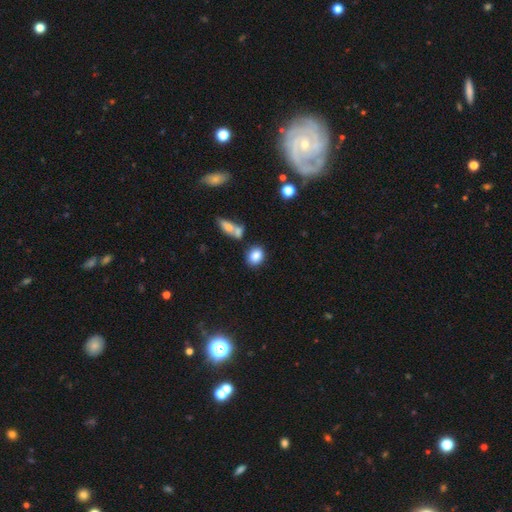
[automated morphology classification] Smooth or featured? smooth (85%)
How rounded? in between (52%)
Merging? none (72%)